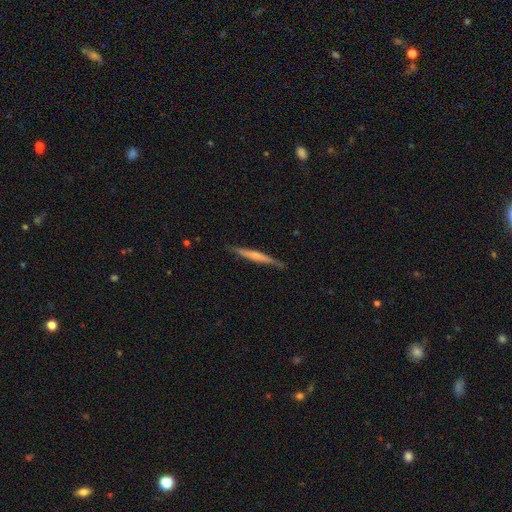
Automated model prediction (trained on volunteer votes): Smooth or featured? featured or disk (49%)
Merging? none (86%)